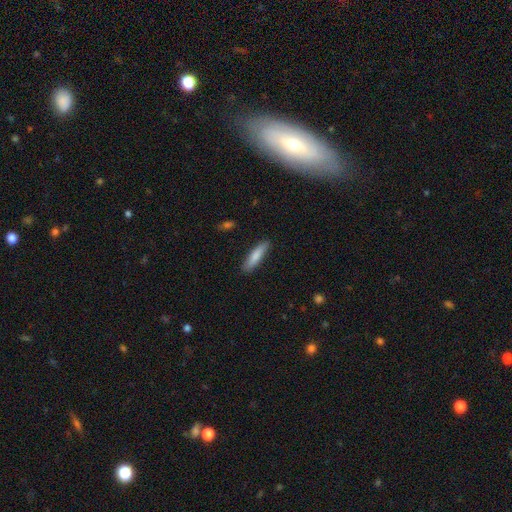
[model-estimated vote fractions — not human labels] smooth_or_featured: smooth (p=0.80) [alt: featured or disk p=0.14]
how_rounded: cigar-shaped (p=0.78) [alt: in between p=0.20]
merging: none (p=0.87) [alt: minor disturbance p=0.10]